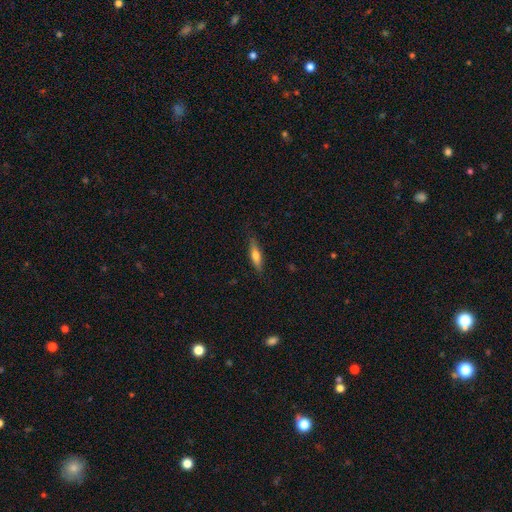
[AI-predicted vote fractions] Smooth or featured? Predicted: smooth (p=0.65). How rounded? Predicted: cigar-shaped (p=0.65). Merging? Predicted: none (p=0.81).